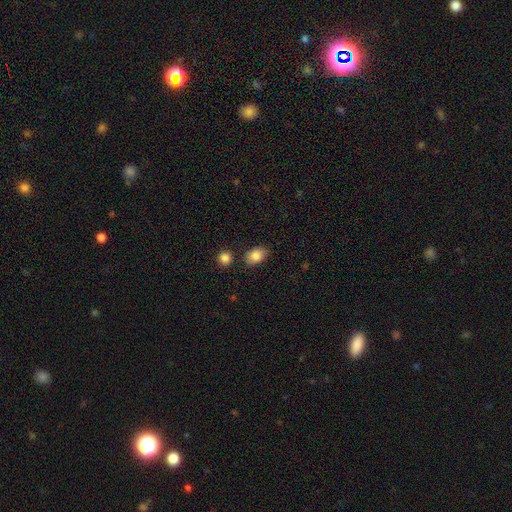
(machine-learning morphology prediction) Smooth or featured?
  - smooth: 85% *
  - star or artifact: 8%
  - featured or disk: 7%
How rounded?
  - in between: 84% *
  - round: 15%
  - cigar-shaped: 1%
Merging?
  - none: 80% *
  - minor disturbance: 13%
  - merger: 5%
  - major disturbance: 3%